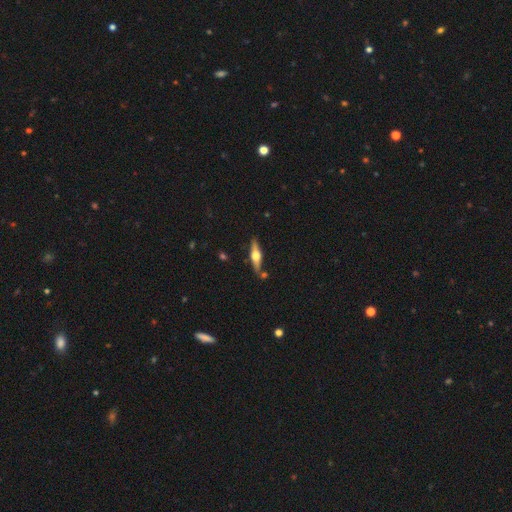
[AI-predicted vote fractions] Smooth or featured? featured or disk (68%)
Edge-on disk? yes (96%)
Edge-on bulge? rounded (94%)
Merging? none (80%)